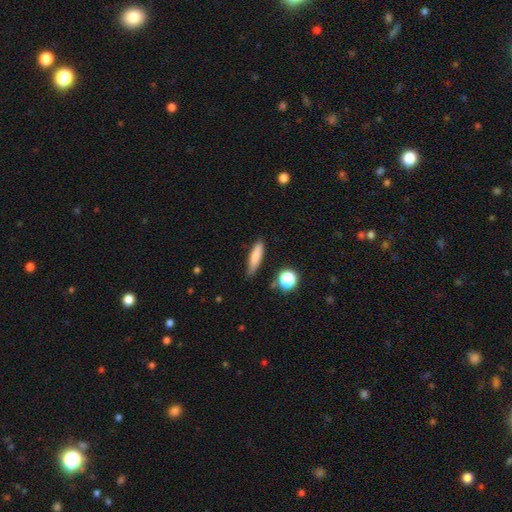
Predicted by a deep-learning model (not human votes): Smooth or featured? Predicted: smooth (p=0.79). How rounded? Predicted: cigar-shaped (p=0.71). Merging? Predicted: none (p=0.79).